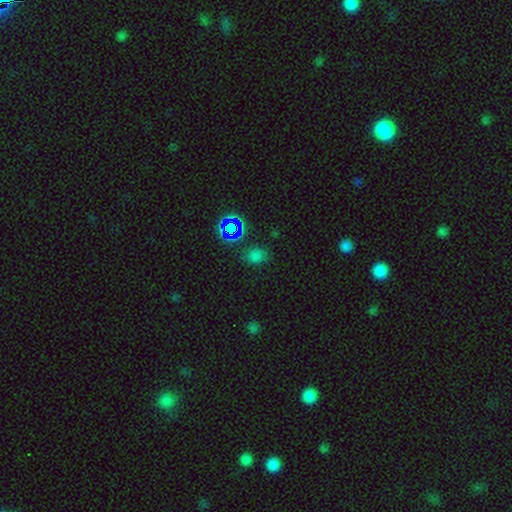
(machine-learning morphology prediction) A smooth galaxy with no disk features (62%) that is round (54%). Merging: none (74%).